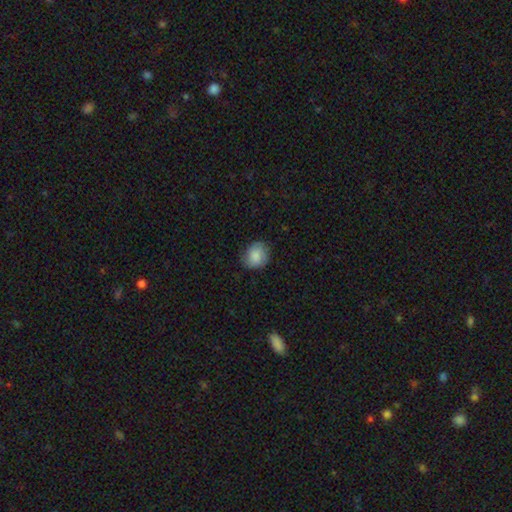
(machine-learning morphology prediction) The model was most divided on "how rounded": round: 67%, in between: 32%, cigar-shaped: 1%. More confident: smooth or featured — smooth (83%); merging — none (74%).